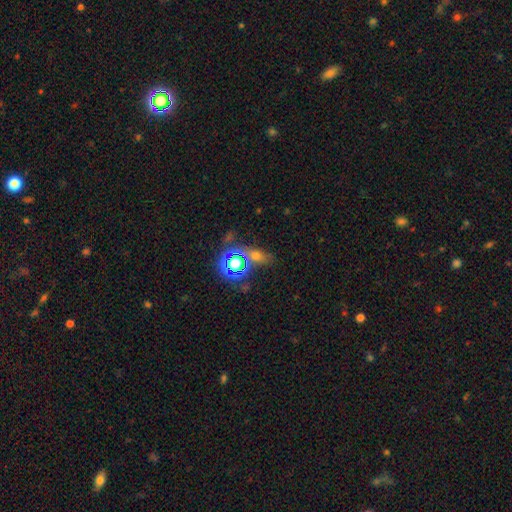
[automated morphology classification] Smooth or featured?
  - smooth: 49% *
  - star or artifact: 39%
  - featured or disk: 12%
Merging?
  - none: 67% *
  - minor disturbance: 14%
  - merger: 12%
  - major disturbance: 7%